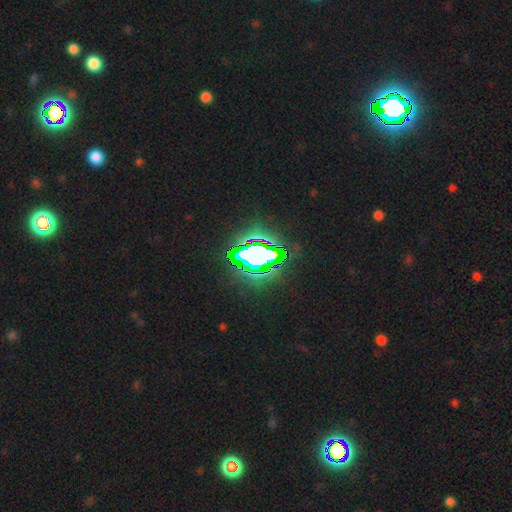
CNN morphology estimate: A star or artifact, not a galaxy (64%).